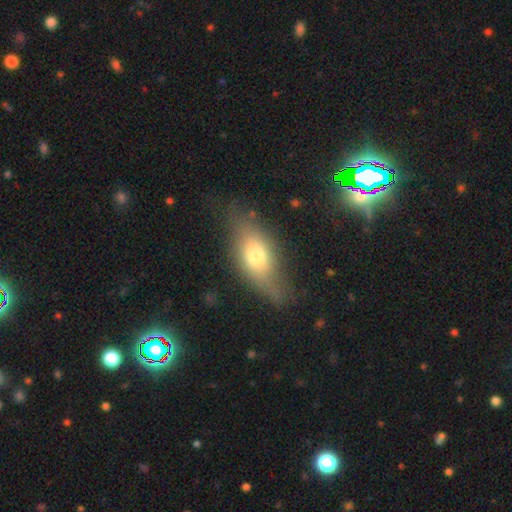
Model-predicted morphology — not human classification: Smooth or featured: smooth — 60% (featured or disk — 31%)
How rounded: in between — 74% (cigar-shaped — 18%)
Merging: none — 64% (minor disturbance — 23%)